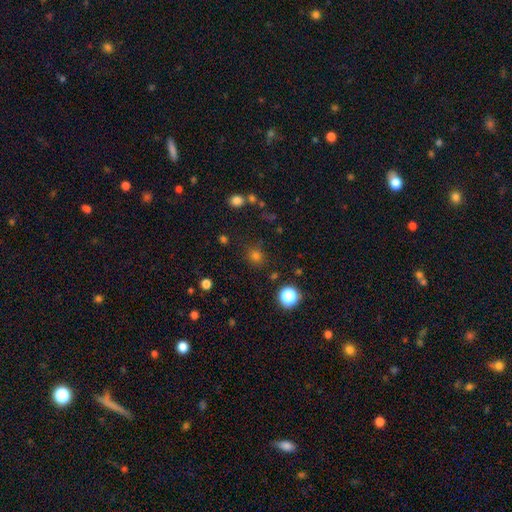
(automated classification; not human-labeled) Overall: smooth (71%). How rounded: round (87%). Merging: none (85%).